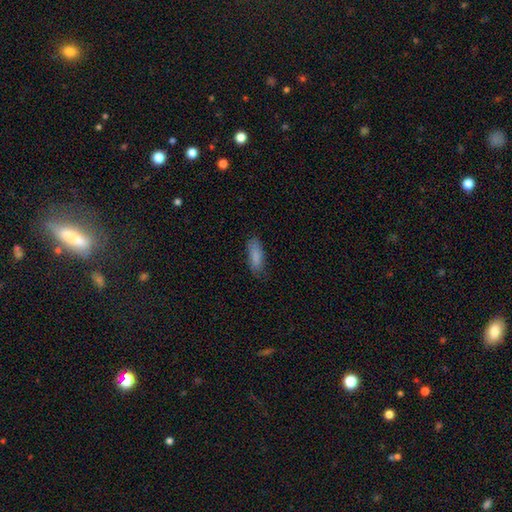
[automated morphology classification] This appears to be a smooth galaxy with no disk features (84%) that is in between round and cigar-shaped (64%). Merging: none (76%).